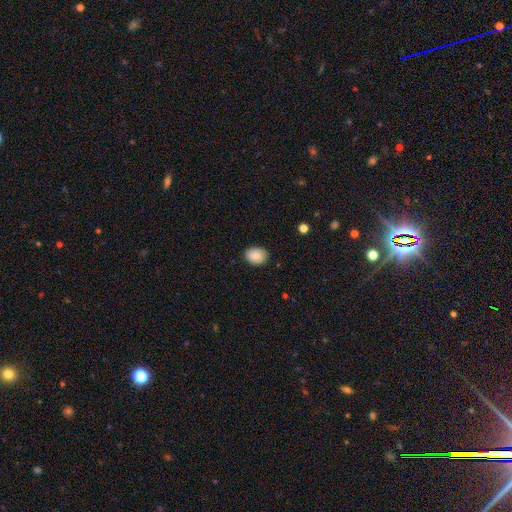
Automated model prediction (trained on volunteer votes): This appears to be a smooth galaxy with no disk features (87%) that is in between round and cigar-shaped (59%). Merging: none (87%).